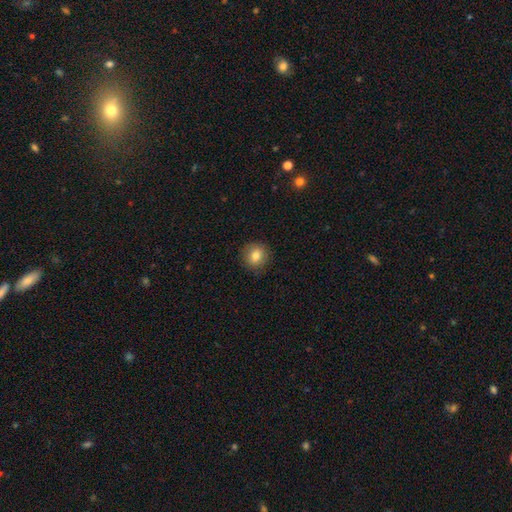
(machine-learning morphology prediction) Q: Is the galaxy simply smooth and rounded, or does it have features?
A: smooth — 83%.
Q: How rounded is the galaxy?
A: round — 85%.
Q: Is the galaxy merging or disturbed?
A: none — 89%.